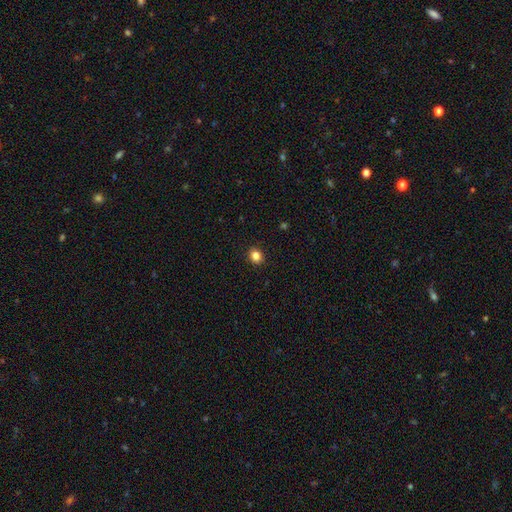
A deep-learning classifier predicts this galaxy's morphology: Smooth or featured?
  - smooth: 84% *
  - star or artifact: 11%
  - featured or disk: 4%
How rounded?
  - round: 63% *
  - in between: 36%
  - cigar-shaped: 1%
Merging?
  - none: 91% *
  - minor disturbance: 7%
  - major disturbance: 2%
  - merger: 1%